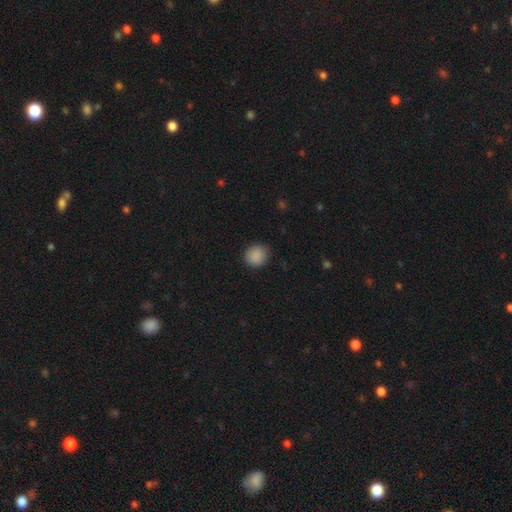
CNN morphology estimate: Q: Smooth or featured?
A: smooth (89%); runner-up: star or artifact (9%)
Q: How rounded?
A: round (86%); runner-up: in between (13%)
Q: Merging?
A: none (87%); runner-up: minor disturbance (10%)